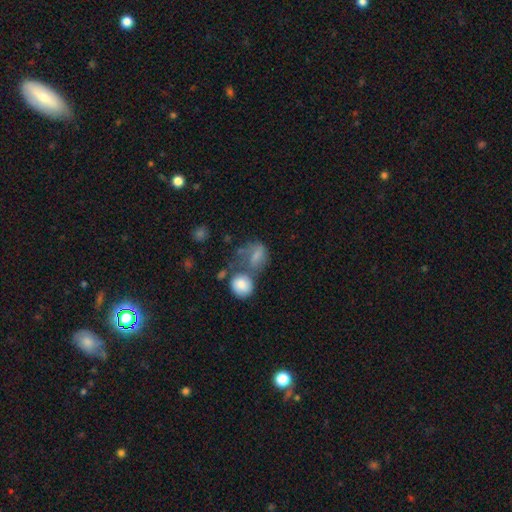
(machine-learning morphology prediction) This appears to be a smooth galaxy with no disk features (70%) that is in between round and cigar-shaped (57%). Merging: merger (39%).